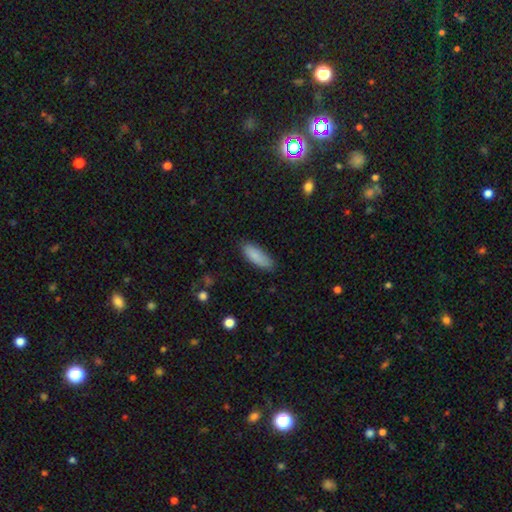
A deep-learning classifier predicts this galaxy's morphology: Smooth or featured? smooth (87%)
How rounded? in between (64%)
Merging? none (82%)